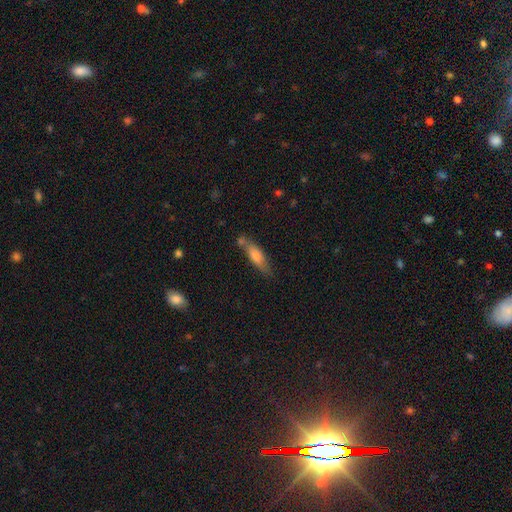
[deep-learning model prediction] The model was most divided on "how rounded": cigar-shaped: 57%, in between: 41%, round: 2%. More confident: smooth or featured — smooth (73%); merging — none (56%).